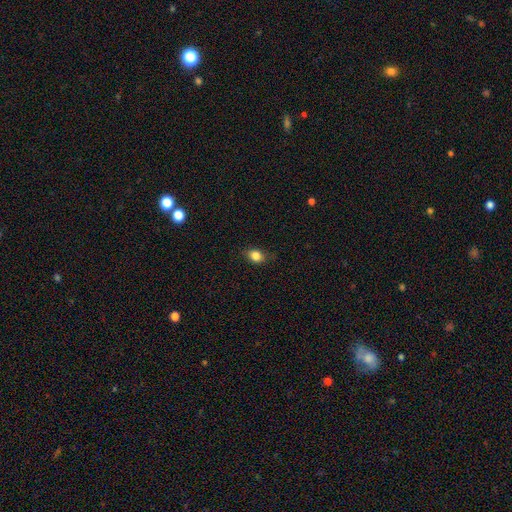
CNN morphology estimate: A smooth galaxy with no disk features (84%) that is in between round and cigar-shaped (55%). Merging: none (80%).